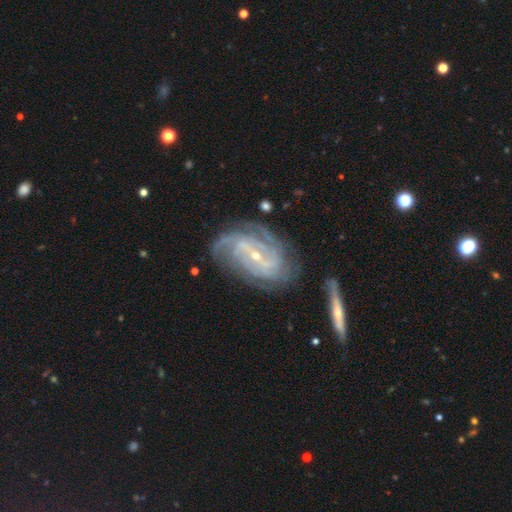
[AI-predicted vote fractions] Morphology: type=featured or disk (90%); edge-on=no (96%); bar=weak (42%); spiral arms=yes (98%); winding=tight (59%); arm count=4 (26%); bulge=small (76%); merging=none (68%).